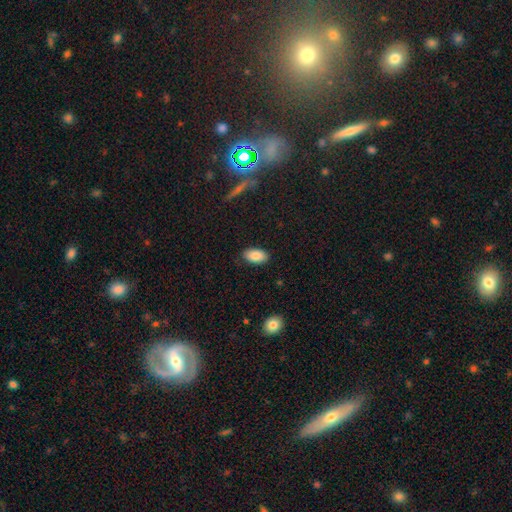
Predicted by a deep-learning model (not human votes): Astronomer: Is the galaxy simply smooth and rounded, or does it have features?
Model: smooth — 87%.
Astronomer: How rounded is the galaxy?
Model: in between — 94%.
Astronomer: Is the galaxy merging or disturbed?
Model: none — 86%.